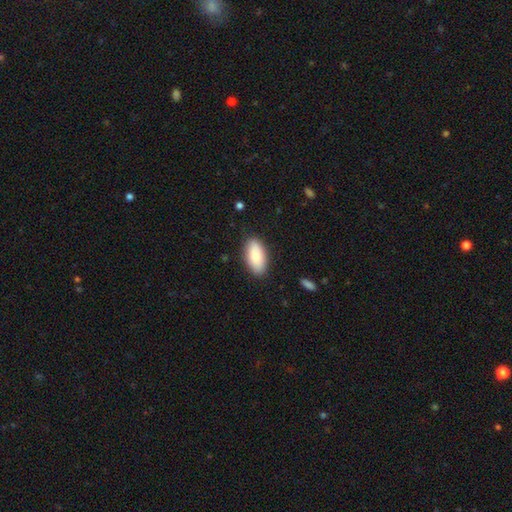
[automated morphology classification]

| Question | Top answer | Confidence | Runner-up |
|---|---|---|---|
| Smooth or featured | smooth | 84% | featured or disk (10%) |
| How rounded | in between | 93% | cigar-shaped (5%) |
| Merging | none | 86% | minor disturbance (10%) |